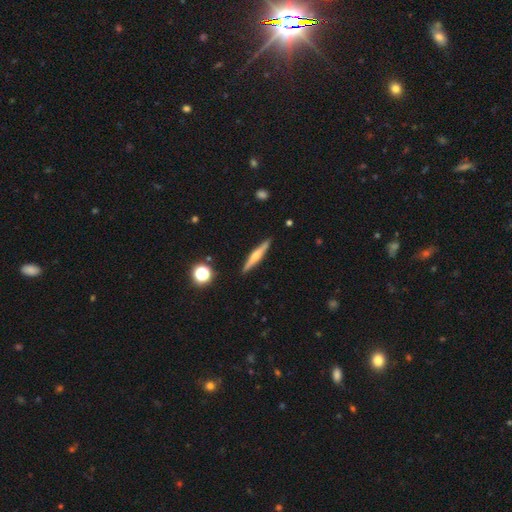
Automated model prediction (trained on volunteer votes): The model was most divided on "smooth or featured": featured or disk: 58%, smooth: 35%, star or artifact: 7%. More confident: edge-on disk — yes (97%); merging — none (90%); edge-on bulge — rounded (76%).